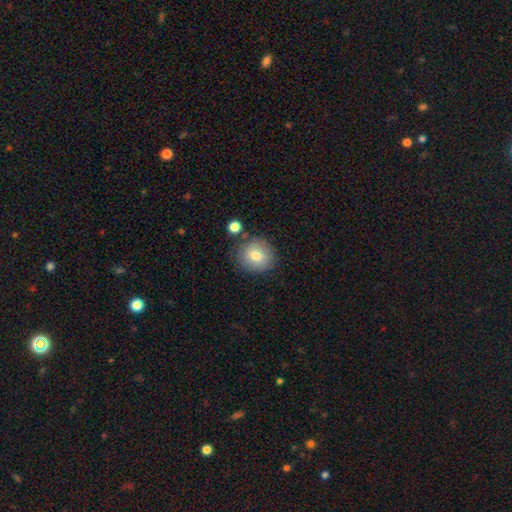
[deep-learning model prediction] Morphology: type=smooth (78%); roundness=round (85%); merging=none (79%).